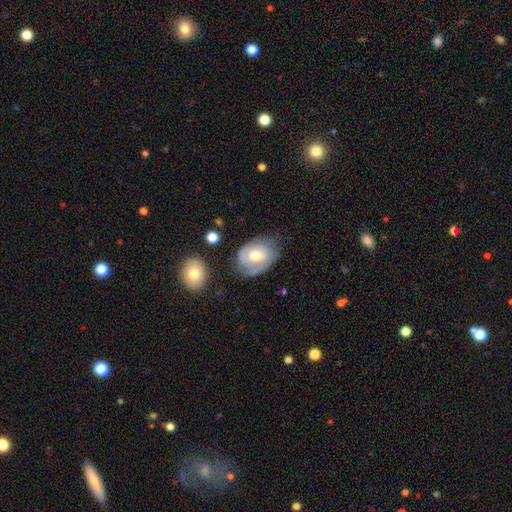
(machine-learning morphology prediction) smooth-or-featured: featured or disk: 50% | smooth: 43% | star or artifact: 7%
  merging: none: 52% | minor disturbance: 30% | major disturbance: 15% | merger: 3%